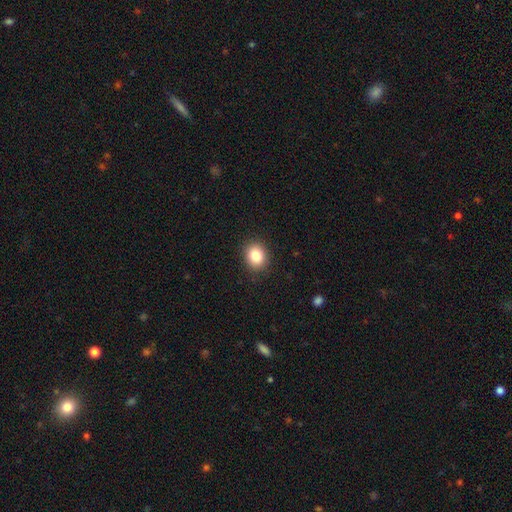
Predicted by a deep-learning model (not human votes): A smooth galaxy with no disk features (84%) that is round (62%). Merging: none (90%).